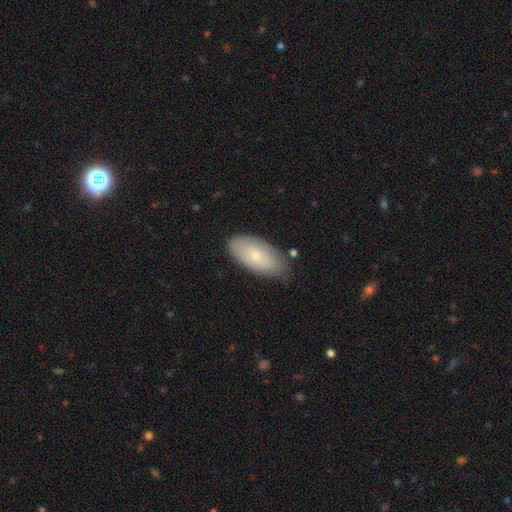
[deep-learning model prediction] Q: Smooth or featured?
A: smooth (69%); runner-up: featured or disk (25%)
Q: How rounded?
A: in between (93%); runner-up: cigar-shaped (5%)
Q: Merging?
A: none (74%); runner-up: minor disturbance (20%)